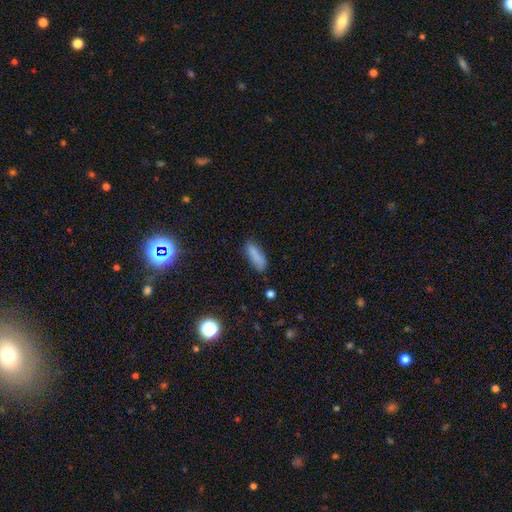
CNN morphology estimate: Smooth or featured: smooth — 82% (star or artifact — 10%)
How rounded: in between — 54% (cigar-shaped — 44%)
Merging: none — 71% (minor disturbance — 21%)